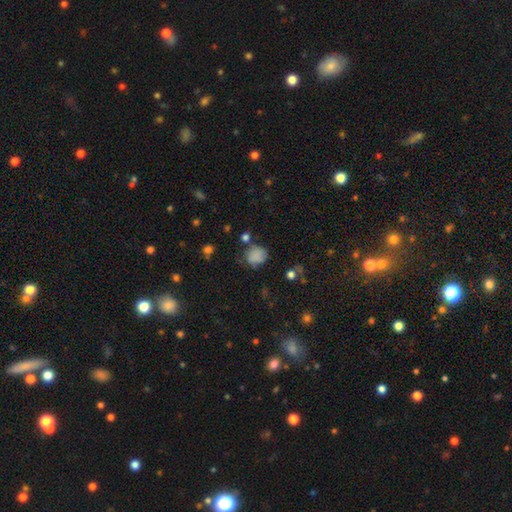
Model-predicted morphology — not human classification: Smooth or featured?
  - smooth: 79% *
  - star or artifact: 12%
  - featured or disk: 9%
How rounded?
  - round: 72% *
  - in between: 27%
  - cigar-shaped: 1%
Merging?
  - none: 60% *
  - minor disturbance: 24%
  - major disturbance: 9%
  - merger: 7%